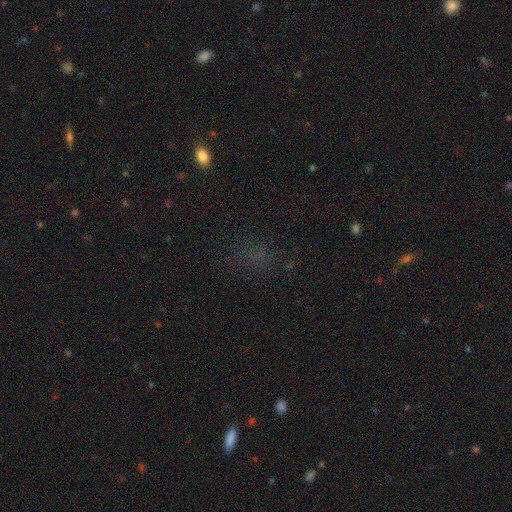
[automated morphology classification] The model was most divided on "smooth or featured": smooth: 50%, star or artifact: 40%, featured or disk: 11%. More confident: merging — none (72%).